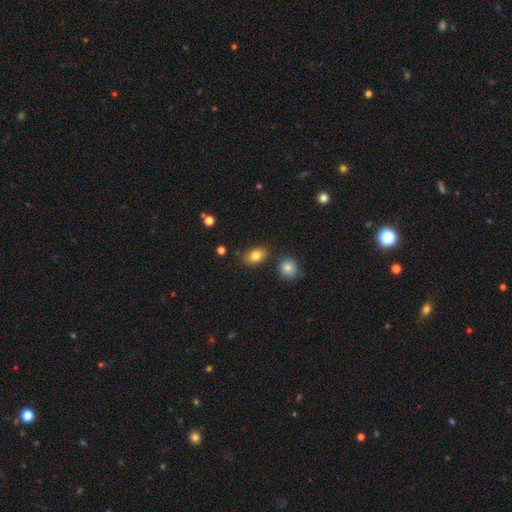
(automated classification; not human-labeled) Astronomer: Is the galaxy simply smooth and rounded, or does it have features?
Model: smooth — 82%.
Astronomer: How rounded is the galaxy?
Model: in between — 85%.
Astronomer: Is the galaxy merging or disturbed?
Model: none — 81%.